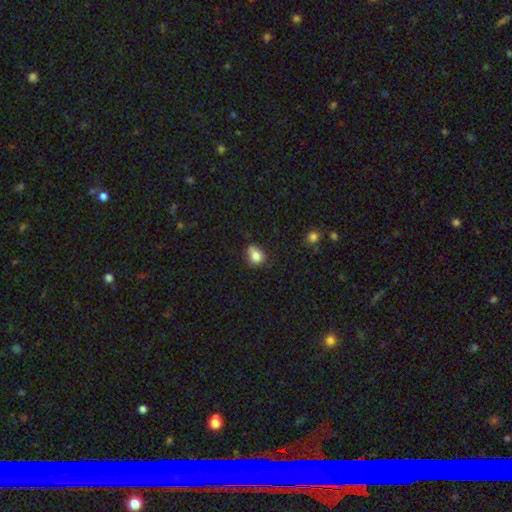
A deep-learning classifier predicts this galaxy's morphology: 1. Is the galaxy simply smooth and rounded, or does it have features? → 81% smooth, 11% star or artifact, 9% featured or disk.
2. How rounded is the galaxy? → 56% round, 42% in between, 1% cigar-shaped.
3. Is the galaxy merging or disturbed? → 54% none, 32% minor disturbance, 8% major disturbance, 6% merger.